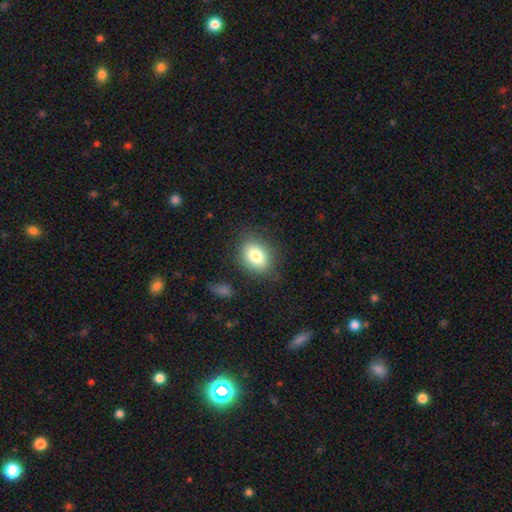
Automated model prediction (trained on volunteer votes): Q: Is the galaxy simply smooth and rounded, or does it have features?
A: smooth — 80%.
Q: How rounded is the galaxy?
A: in between — 56%.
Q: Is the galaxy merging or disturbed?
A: none — 81%.